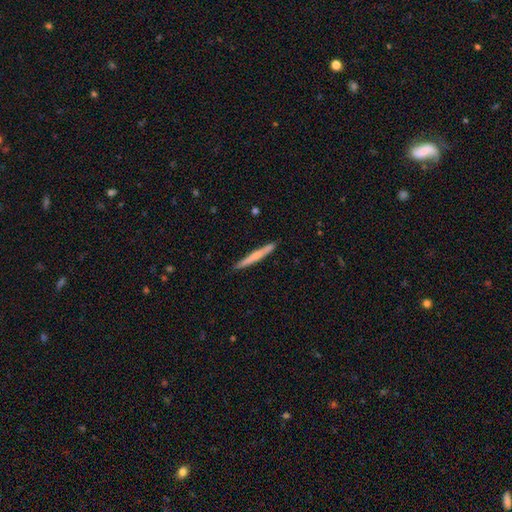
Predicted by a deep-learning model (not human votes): This is possibly a smooth galaxy (56%). How rounded: clearly cigar-shaped (97%). Merging: clearly none (91%).